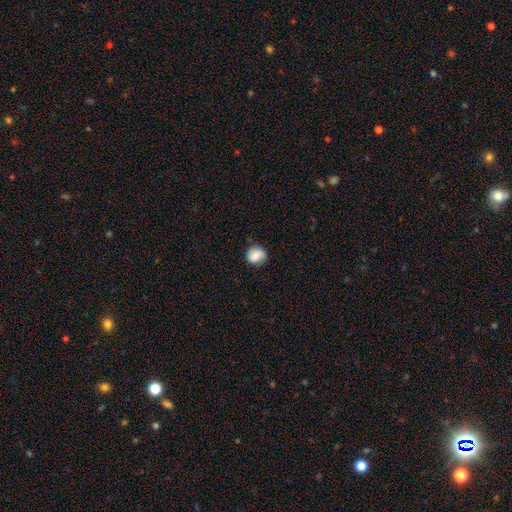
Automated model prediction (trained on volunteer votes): This is likely a smooth galaxy (68%). How rounded: clearly round (82%). Merging: likely none (76%).